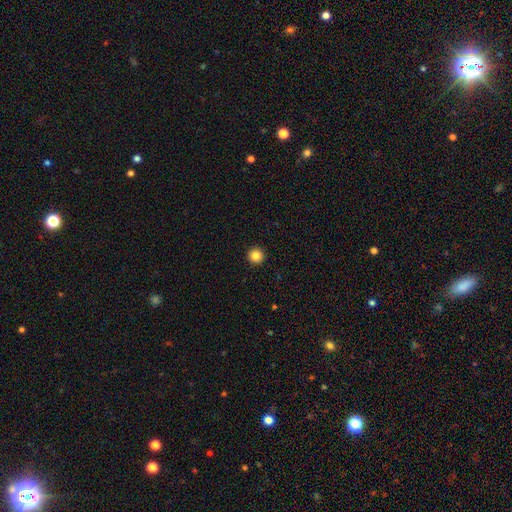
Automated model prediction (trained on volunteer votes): This is clearly a smooth galaxy (84%). How rounded: clearly round (96%). Merging: clearly none (94%).